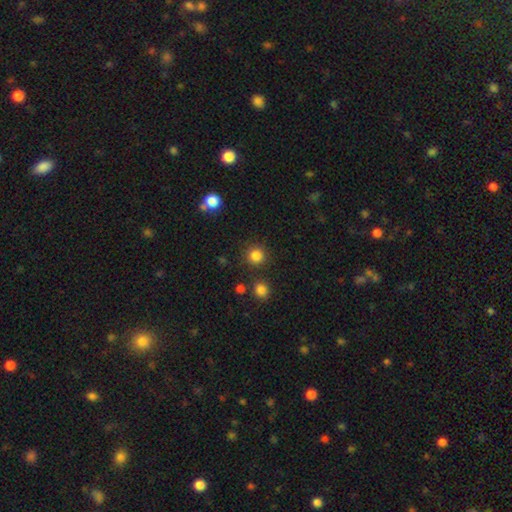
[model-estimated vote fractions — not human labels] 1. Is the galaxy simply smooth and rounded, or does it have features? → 83% smooth, 13% star or artifact, 4% featured or disk.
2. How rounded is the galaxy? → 93% round, 6% in between, 1% cigar-shaped.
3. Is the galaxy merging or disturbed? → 86% none, 7% minor disturbance, 4% merger, 3% major disturbance.